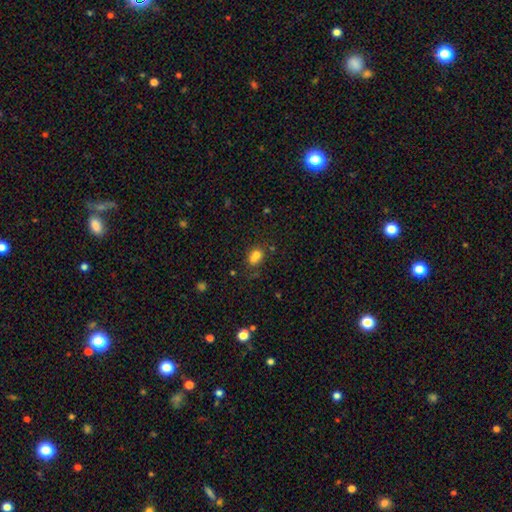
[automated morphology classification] This is likely a smooth galaxy (72%). How rounded: possibly round (53%). Merging: marginally none (42%).